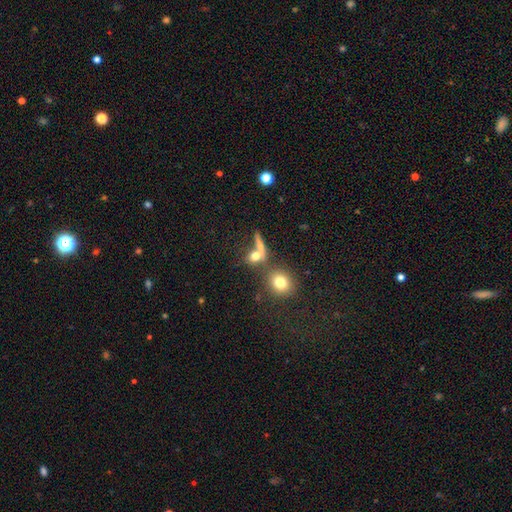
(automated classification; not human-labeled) smooth 66%, featured or disk 19%, star or artifact 16%. Down the decision tree: how rounded — round (51%); merging — none (45%).